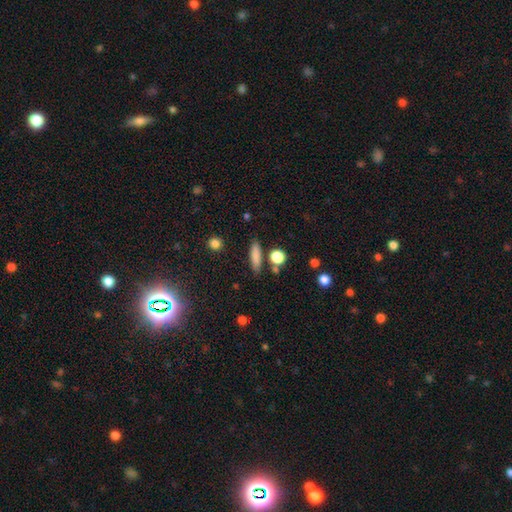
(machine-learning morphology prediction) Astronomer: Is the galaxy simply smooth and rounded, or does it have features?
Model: smooth — 81%.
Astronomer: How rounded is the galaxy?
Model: cigar-shaped — 66%.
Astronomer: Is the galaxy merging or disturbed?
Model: none — 82%.